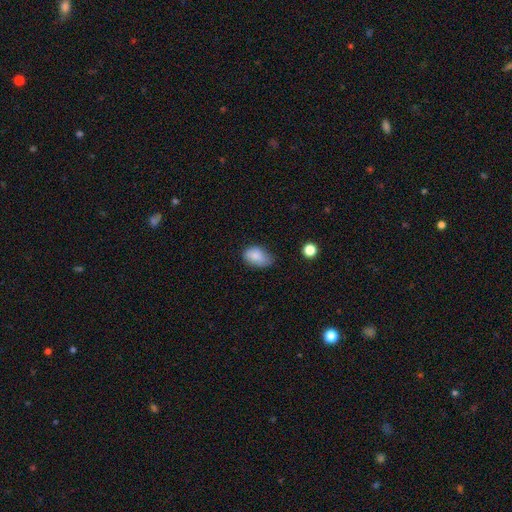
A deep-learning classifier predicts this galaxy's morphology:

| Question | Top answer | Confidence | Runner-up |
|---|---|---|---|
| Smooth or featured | smooth | 84% | star or artifact (8%) |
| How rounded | in between | 86% | round (13%) |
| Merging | none | 49% | minor disturbance (40%) |